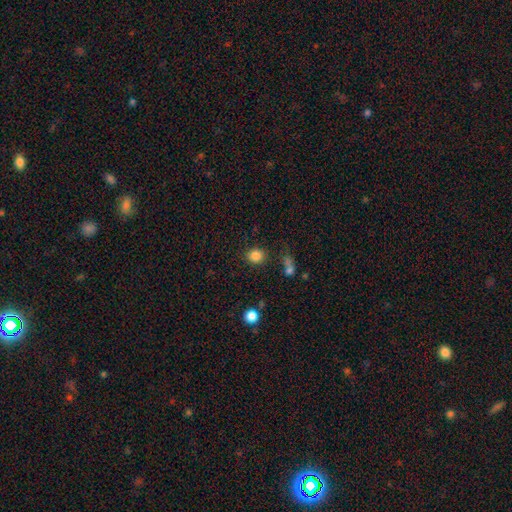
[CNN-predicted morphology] A smooth galaxy with no disk features (84%) that is round (72%). Merging: none (81%).